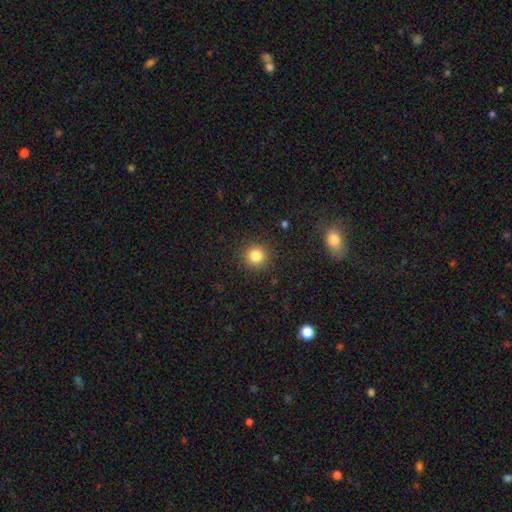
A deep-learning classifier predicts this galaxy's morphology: Smooth or featured?
  - smooth: 83% *
  - star or artifact: 12%
  - featured or disk: 5%
How rounded?
  - round: 93% *
  - in between: 6%
  - cigar-shaped: 1%
Merging?
  - none: 91% *
  - minor disturbance: 6%
  - major disturbance: 2%
  - merger: 1%